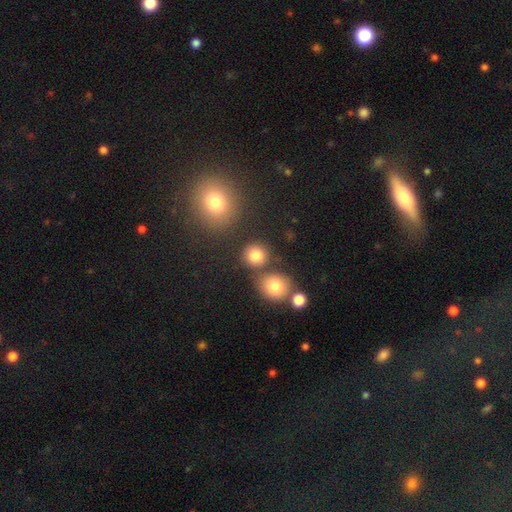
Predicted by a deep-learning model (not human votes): Overall: smooth (82%). How rounded: round (88%). Merging: none (75%).